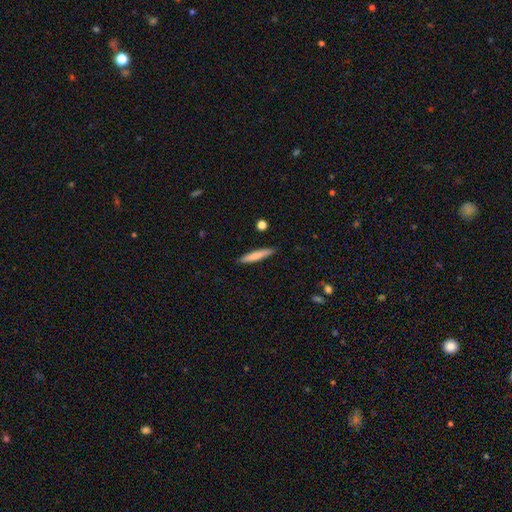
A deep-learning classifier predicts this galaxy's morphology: This is likely a smooth galaxy (77%). How rounded: clearly cigar-shaped (92%). Merging: clearly none (89%).